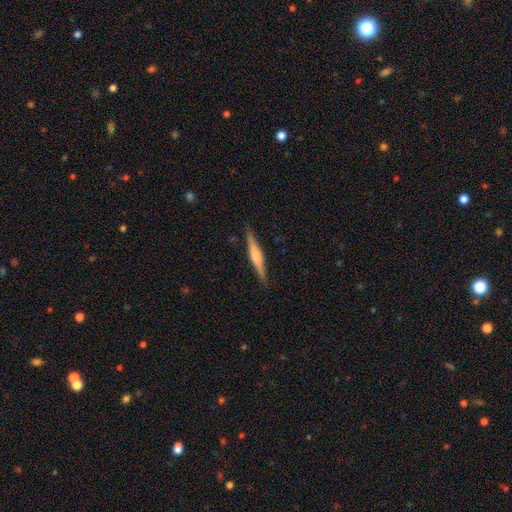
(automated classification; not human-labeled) Q: Smooth or featured?
A: featured or disk (66%); runner-up: smooth (29%)
Q: Edge-on disk?
A: yes (98%); runner-up: no (2%)
Q: Edge-on bulge?
A: rounded (74%); runner-up: boxy (17%)
Q: Merging?
A: none (89%); runner-up: minor disturbance (8%)